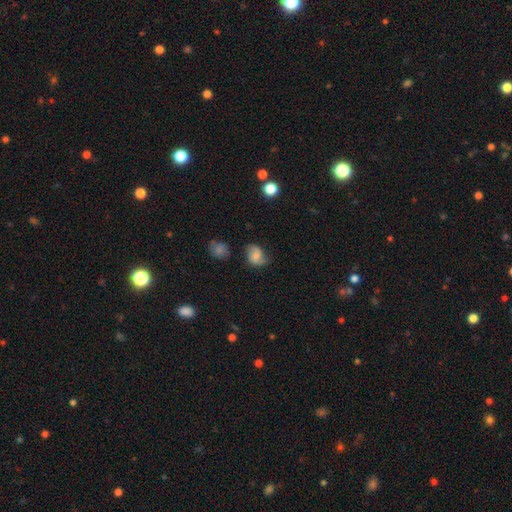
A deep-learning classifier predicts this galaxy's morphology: A smooth galaxy with no disk features (57%) that is in between round and cigar-shaped (60%).

Vote fractions:
- Smooth or featured? smooth: 57% / featured or disk: 33% / star or artifact: 10%
- How rounded? in between: 60% / round: 39% / cigar-shaped: 1%
- Merging? none: 56% / minor disturbance: 30% / major disturbance: 11% / merger: 3%